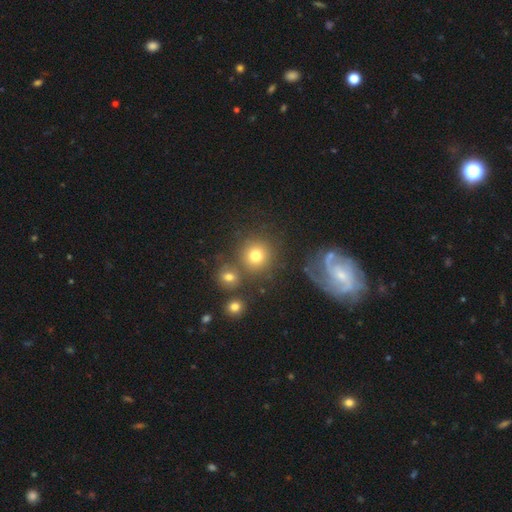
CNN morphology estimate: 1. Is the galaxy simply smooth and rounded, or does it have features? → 73% smooth, 13% star or artifact, 13% featured or disk.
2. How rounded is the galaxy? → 90% round, 9% in between, 1% cigar-shaped.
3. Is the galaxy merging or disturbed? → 72% none, 13% merger, 10% minor disturbance, 6% major disturbance.